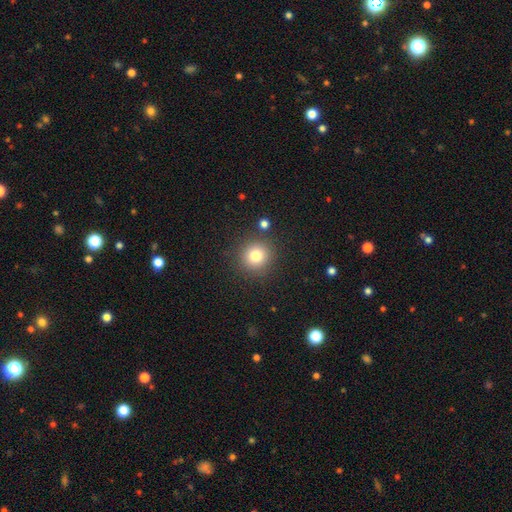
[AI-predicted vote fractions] smooth-or-featured: smooth: 79% | star or artifact: 13% | featured or disk: 8%
  how-rounded: round: 93% | in between: 6% | cigar-shaped: 1%
  merging: none: 86% | minor disturbance: 7% | merger: 4% | major disturbance: 3%